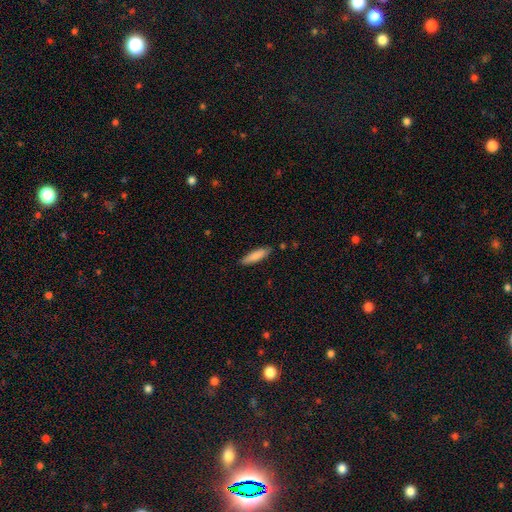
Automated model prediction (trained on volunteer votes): A smooth galaxy with no disk features (84%) that is cigar-shaped (68%).

Vote fractions:
- Smooth or featured? smooth: 84% / featured or disk: 10% / star or artifact: 6%
- How rounded? cigar-shaped: 68% / in between: 30% / round: 1%
- Merging? none: 86% / minor disturbance: 11% / major disturbance: 2% / merger: 2%